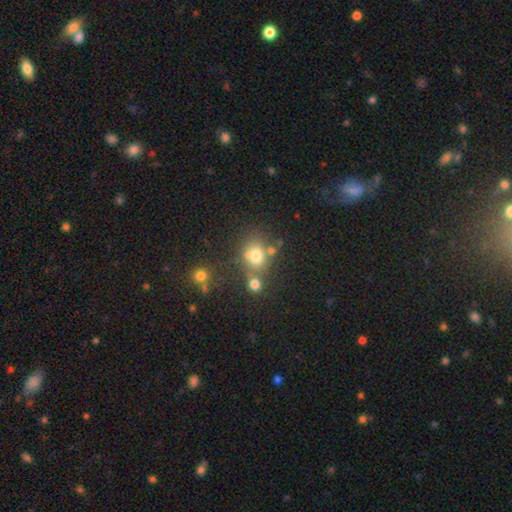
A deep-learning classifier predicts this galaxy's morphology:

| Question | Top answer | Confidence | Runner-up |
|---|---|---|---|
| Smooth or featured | smooth | 71% | star or artifact (18%) |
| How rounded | round | 71% | in between (28%) |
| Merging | none | 56% | merger (26%) |